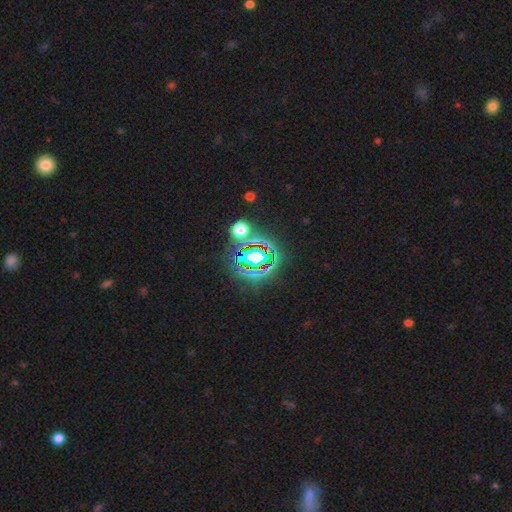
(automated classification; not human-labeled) This is likely a star or artifact rather than a galaxy (75%).